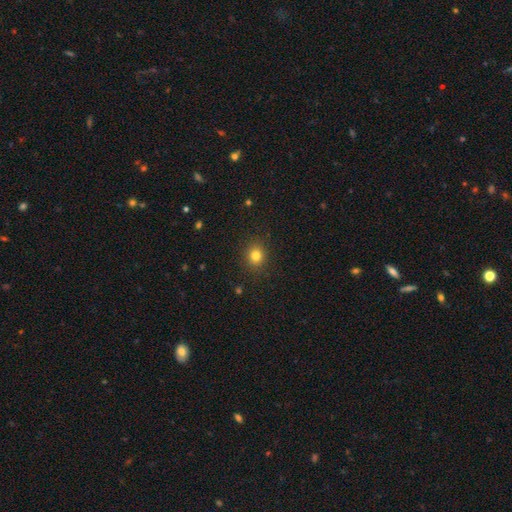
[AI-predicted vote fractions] Smooth or featured? Predicted: smooth (p=0.81). How rounded? Predicted: round (p=0.79). Merging? Predicted: none (p=0.90).